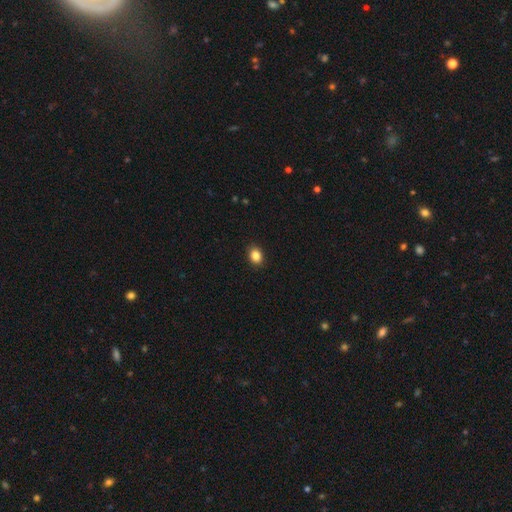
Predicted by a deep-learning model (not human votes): Q: Smooth or featured?
A: smooth (86%); runner-up: star or artifact (10%)
Q: How rounded?
A: in between (51%); runner-up: round (48%)
Q: Merging?
A: none (90%); runner-up: minor disturbance (7%)